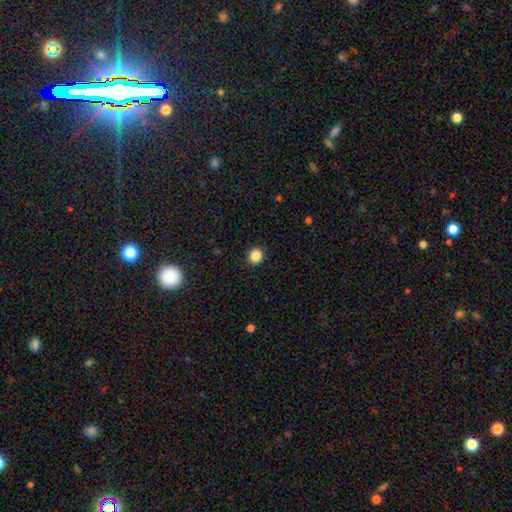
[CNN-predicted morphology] Q: Smooth or featured?
A: smooth (86%); runner-up: star or artifact (11%)
Q: How rounded?
A: round (89%); runner-up: in between (11%)
Q: Merging?
A: none (92%); runner-up: minor disturbance (5%)